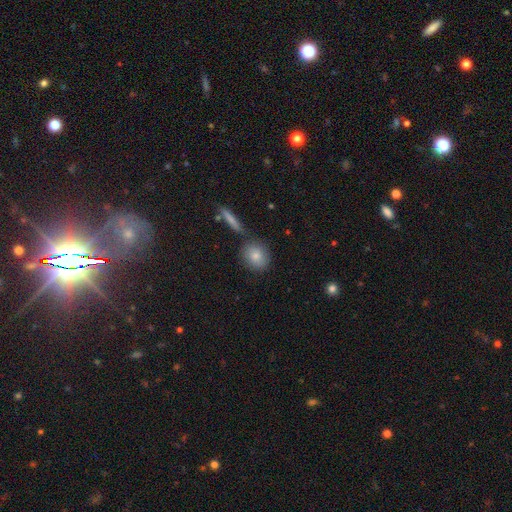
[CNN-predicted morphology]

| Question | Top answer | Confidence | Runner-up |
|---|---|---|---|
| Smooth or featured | smooth | 80% | featured or disk (12%) |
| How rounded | round | 70% | in between (27%) |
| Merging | none | 73% | merger (12%) |